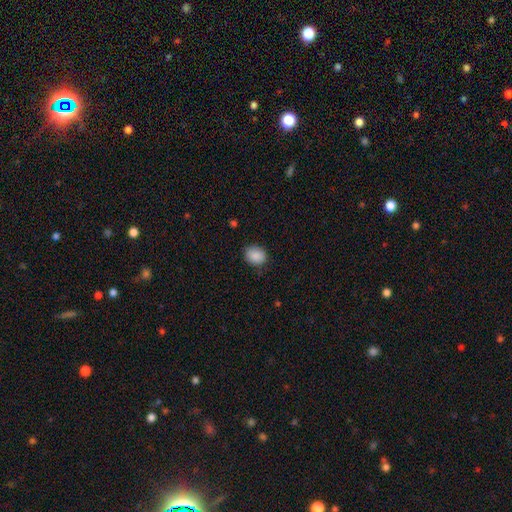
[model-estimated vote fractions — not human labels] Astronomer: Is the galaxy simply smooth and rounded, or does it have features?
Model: smooth — 88%.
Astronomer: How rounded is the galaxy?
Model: round — 51% (runner-up: in between, 48%).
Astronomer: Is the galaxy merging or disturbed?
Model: none — 83%.